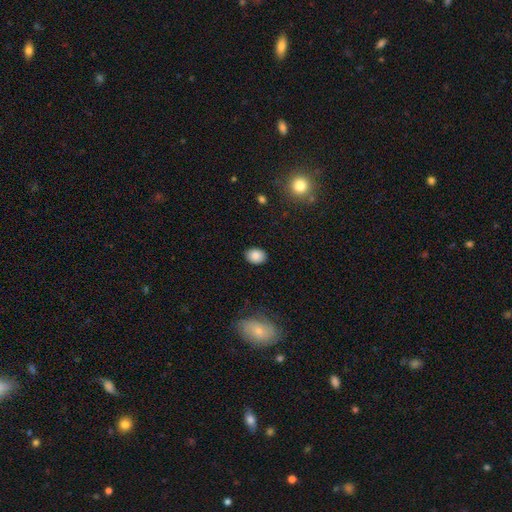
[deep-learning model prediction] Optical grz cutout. It shows a smooth galaxy with no disk features (87%) that is in between round and cigar-shaped (70%). Merging: none (87%).